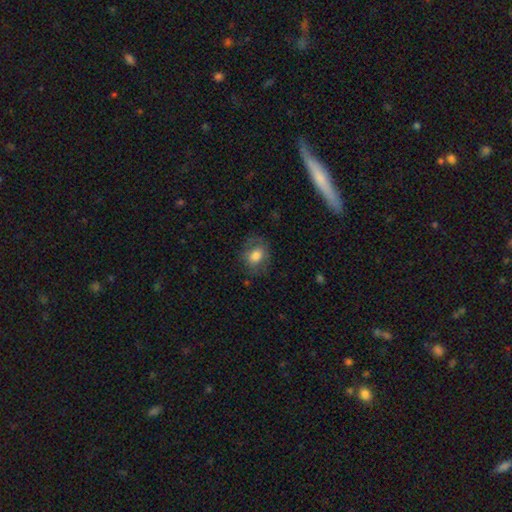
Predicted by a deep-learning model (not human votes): smooth 73%, featured or disk 19%, star or artifact 8%. Down the decision tree: how rounded — in between (60%); merging — none (69%).